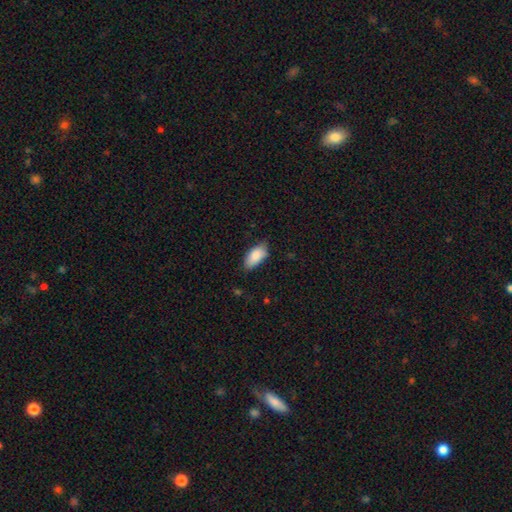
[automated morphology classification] The model was most divided on "merging": none: 73%, minor disturbance: 22%, major disturbance: 4%, merger: 1%. More confident: how rounded — in between (92%); smooth or featured — smooth (88%).